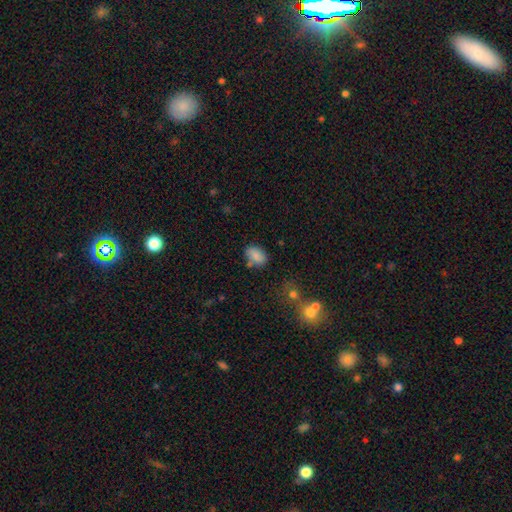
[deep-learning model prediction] smooth 83%, star or artifact 9%, featured or disk 8%. Down the decision tree: how rounded — in between (84%); merging — none (67%).